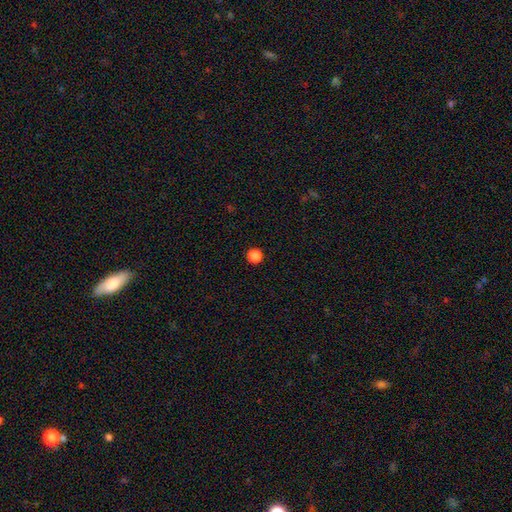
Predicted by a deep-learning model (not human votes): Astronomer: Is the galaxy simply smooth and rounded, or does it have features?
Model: smooth — 85%.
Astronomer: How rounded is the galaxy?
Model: round — 96%.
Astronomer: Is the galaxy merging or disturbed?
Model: none — 94%.